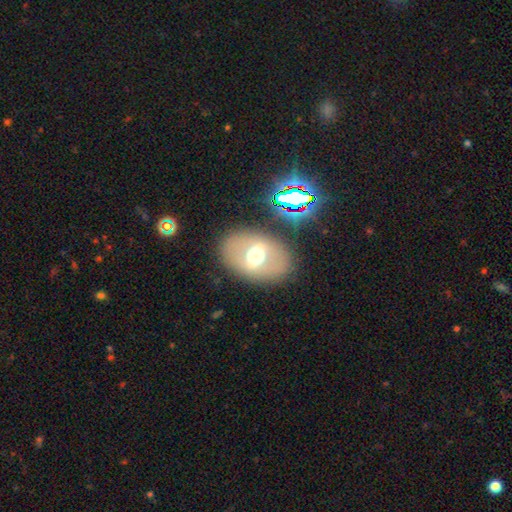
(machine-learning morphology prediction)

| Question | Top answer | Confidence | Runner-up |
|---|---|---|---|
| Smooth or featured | featured or disk | 51% | smooth (35%) |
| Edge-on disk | no | 84% | yes (16%) |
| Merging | none | 82% | minor disturbance (10%) |